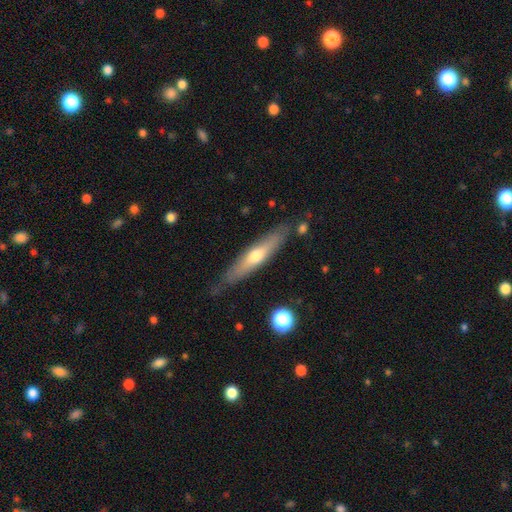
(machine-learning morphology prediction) This appears to be a featured or disk galaxy (49%). Merging: none (79%).